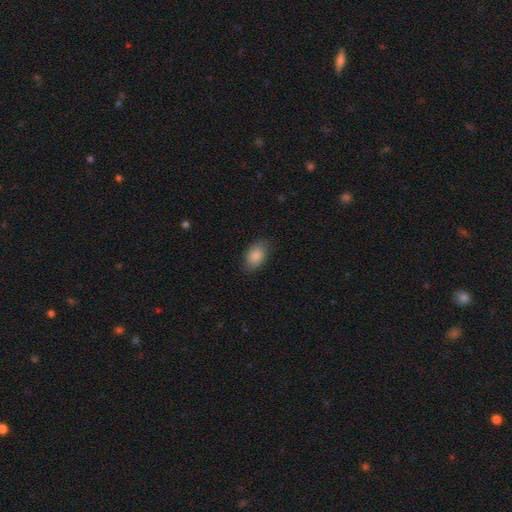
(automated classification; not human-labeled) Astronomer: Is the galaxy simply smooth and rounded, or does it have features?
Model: smooth — 87%.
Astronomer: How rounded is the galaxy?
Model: in between — 90%.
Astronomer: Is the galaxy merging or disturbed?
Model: none — 82%.